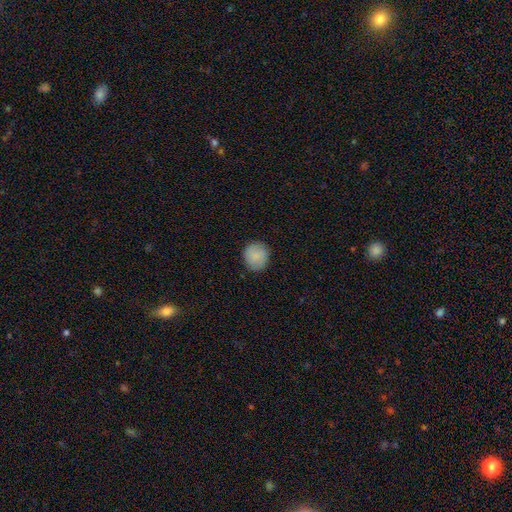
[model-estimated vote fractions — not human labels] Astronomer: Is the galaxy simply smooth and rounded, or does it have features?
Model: smooth — 88%.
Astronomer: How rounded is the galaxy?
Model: round — 85%.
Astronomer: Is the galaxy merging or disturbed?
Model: none — 87%.